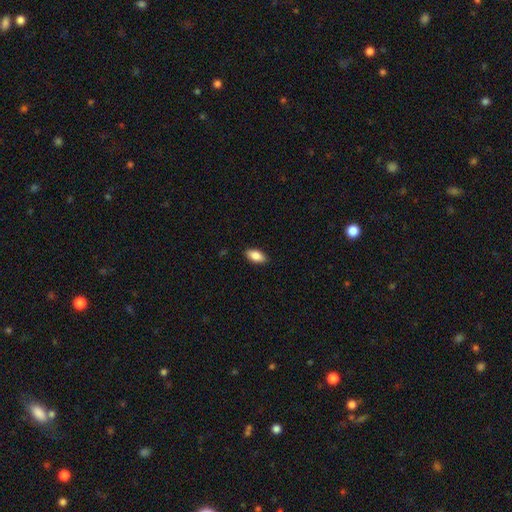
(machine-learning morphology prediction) This is clearly a smooth galaxy (85%). How rounded: clearly in between (89%). Merging: clearly none (87%).